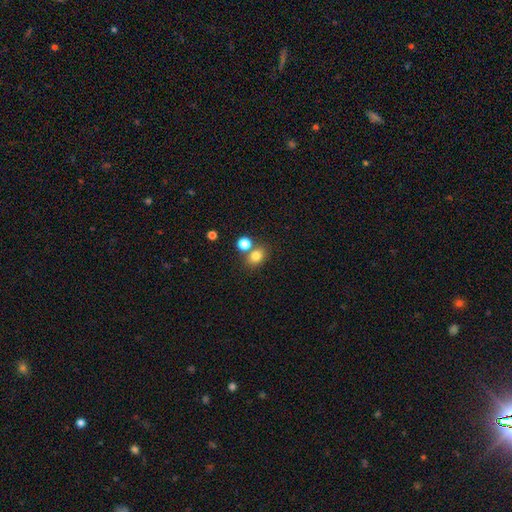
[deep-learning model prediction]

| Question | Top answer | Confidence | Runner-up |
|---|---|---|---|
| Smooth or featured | smooth | 80% | star or artifact (13%) |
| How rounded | round | 56% | in between (43%) |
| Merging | none | 62% | merger (24%) |